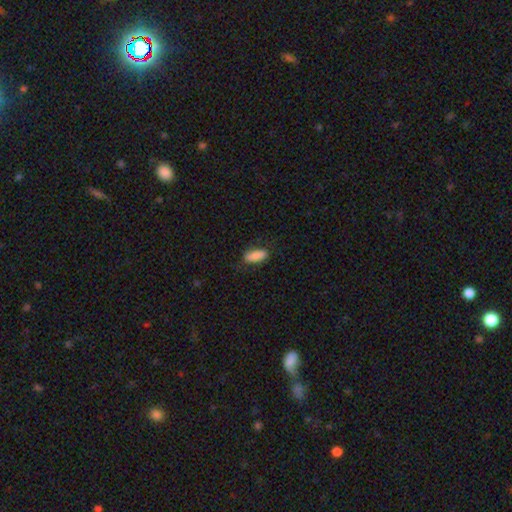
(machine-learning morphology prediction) Overall: smooth (86%). How rounded: in between (78%). Merging: none (76%).